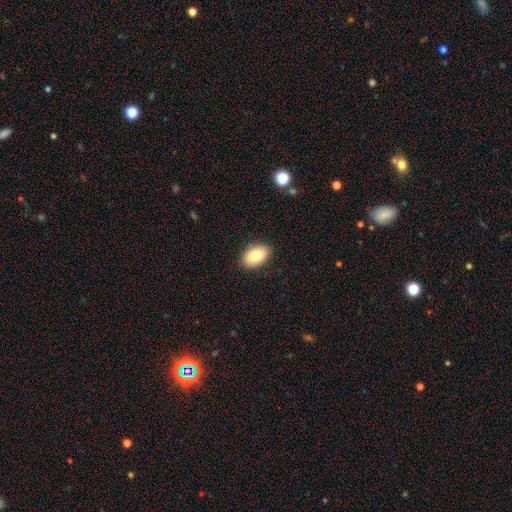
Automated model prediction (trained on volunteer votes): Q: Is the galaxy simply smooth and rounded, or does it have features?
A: smooth — 84%.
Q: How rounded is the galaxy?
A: in between — 90%.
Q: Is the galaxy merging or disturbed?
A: none — 88%.